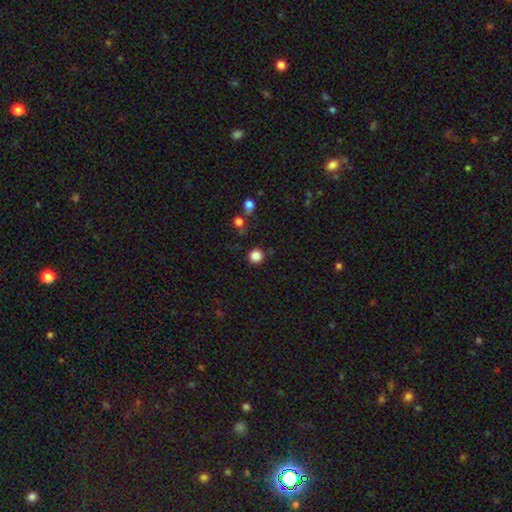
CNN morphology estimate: Q: Smooth or featured?
A: smooth (85%); runner-up: star or artifact (11%)
Q: How rounded?
A: round (94%); runner-up: in between (5%)
Q: Merging?
A: none (89%); runner-up: minor disturbance (6%)